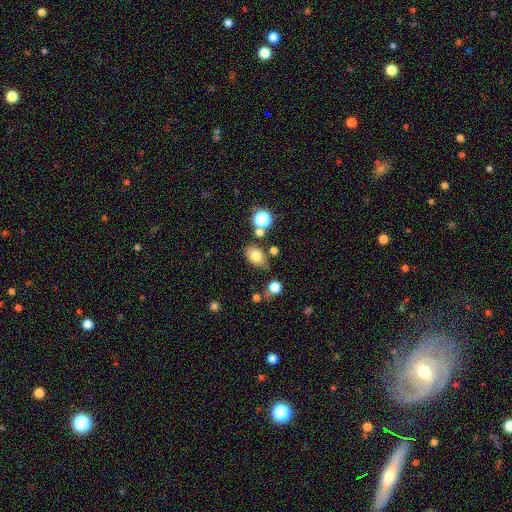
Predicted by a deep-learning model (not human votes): Overall: smooth (76%). How rounded: in between (78%). Merging: none (70%).